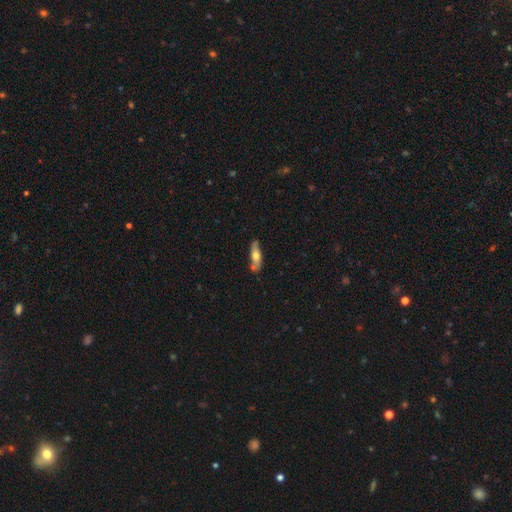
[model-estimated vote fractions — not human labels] Smooth or featured?
  - smooth: 54% *
  - featured or disk: 40%
  - star or artifact: 6%
How rounded?
  - cigar-shaped: 50% *
  - in between: 48%
  - round: 3%
Merging?
  - none: 72% *
  - minor disturbance: 18%
  - merger: 6%
  - major disturbance: 4%